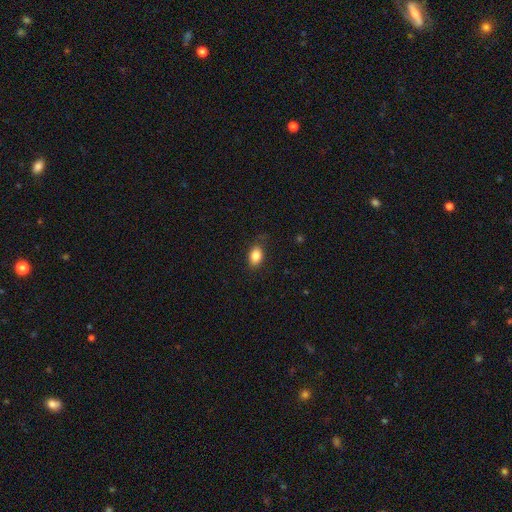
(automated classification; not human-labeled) Smooth or featured? smooth (85%)
How rounded? in between (84%)
Merging? none (79%)